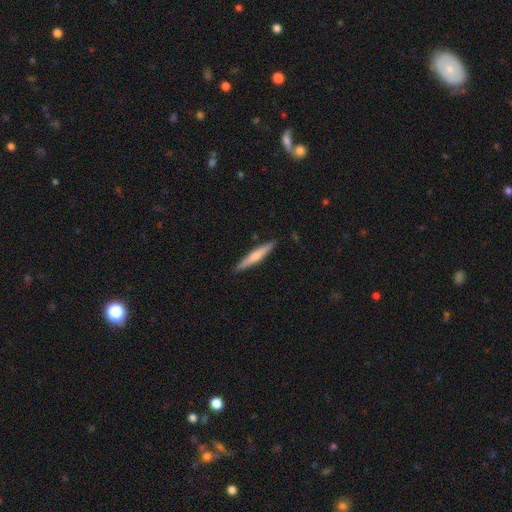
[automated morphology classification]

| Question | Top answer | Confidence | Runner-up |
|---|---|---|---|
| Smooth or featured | smooth | 54% | featured or disk (41%) |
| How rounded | cigar-shaped | 93% | in between (6%) |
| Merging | none | 90% | minor disturbance (7%) |